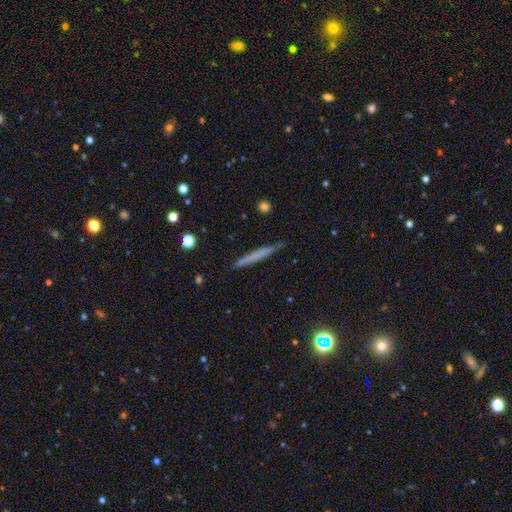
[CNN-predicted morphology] type=smooth (58%); roundness=cigar-shaped (96%); merging=none (88%).